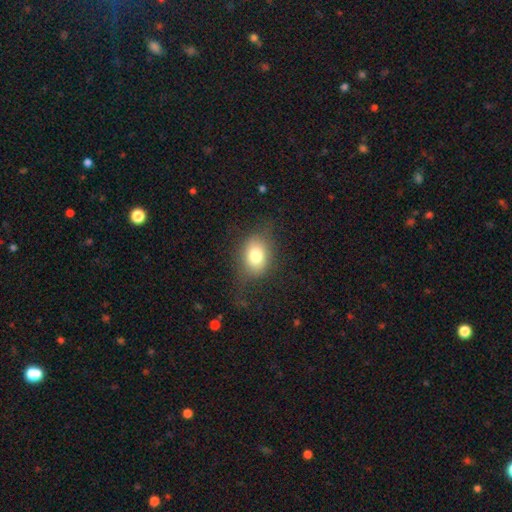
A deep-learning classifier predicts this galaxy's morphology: This appears to be a smooth galaxy with no disk features (75%) that is in between round and cigar-shaped (63%). Merging: none (68%).